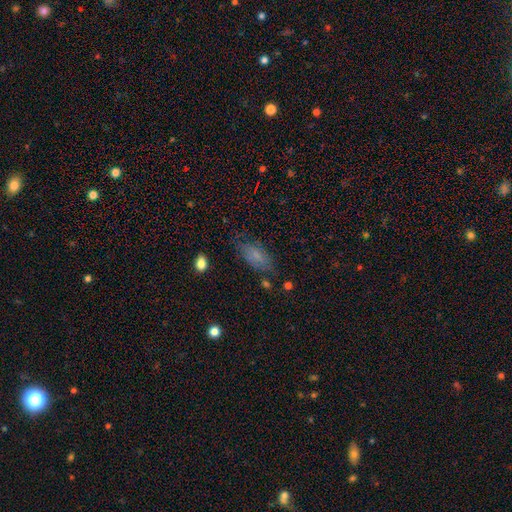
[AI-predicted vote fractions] smooth 70%, featured or disk 19%, star or artifact 10%. Down the decision tree: how rounded — in between (85%); merging — none (70%).